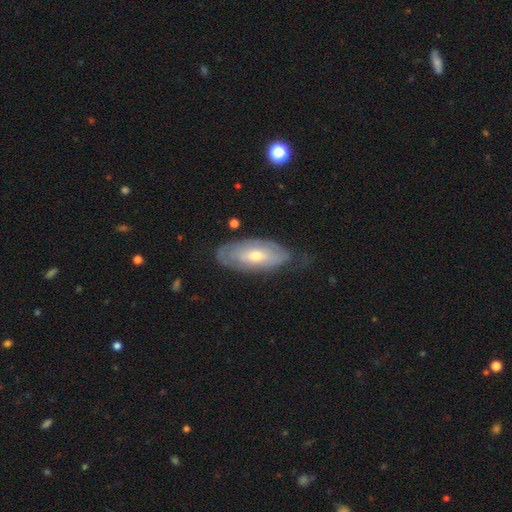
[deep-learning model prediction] Q: Smooth or featured?
A: featured or disk (63%); runner-up: smooth (31%)
Q: Edge-on disk?
A: no (86%); runner-up: yes (14%)
Q: Bar?
A: no (64%); runner-up: weak (28%)
Q: Spiral arms?
A: yes (64%); runner-up: no (36%)
Q: Bulge size?
A: moderate (55%); runner-up: small (40%)
Q: Merging?
A: none (66%); runner-up: minor disturbance (25%)